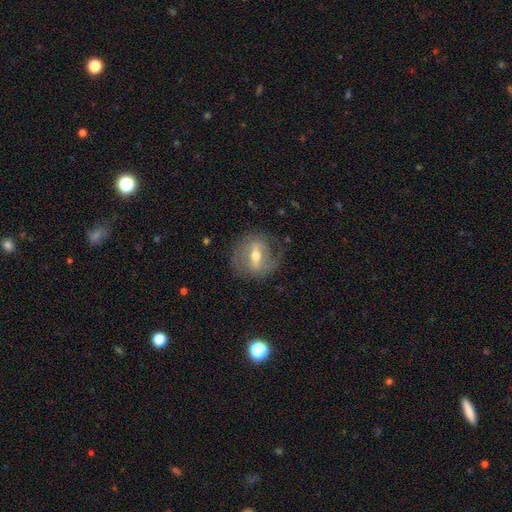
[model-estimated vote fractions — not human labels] smooth-or-featured: featured or disk: 70% | smooth: 22% | star or artifact: 7%
  disk-edge-on: no: 85% | yes: 15%
    bar: strong: 56% | weak: 33% | no: 11%
    has-spiral-arms: yes: 59% | no: 41%
    bulge-size: moderate: 70% | small: 21% | large: 7% | none: 1% | dominant: 1%
  merging: none: 72% | minor disturbance: 16% | major disturbance: 10% | merger: 1%